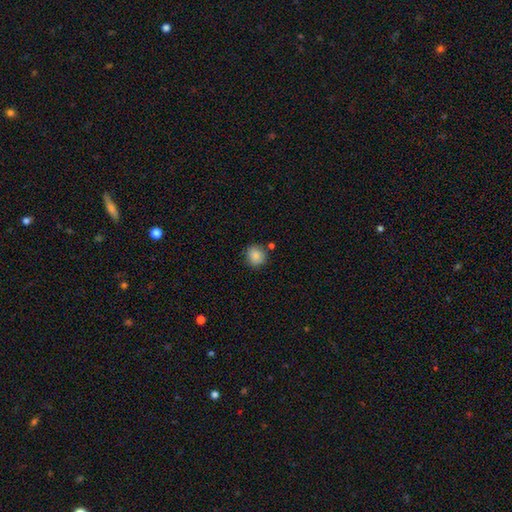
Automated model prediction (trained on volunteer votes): smooth 87%, star or artifact 9%, featured or disk 4%. Down the decision tree: how rounded — round (85%); merging — none (79%).